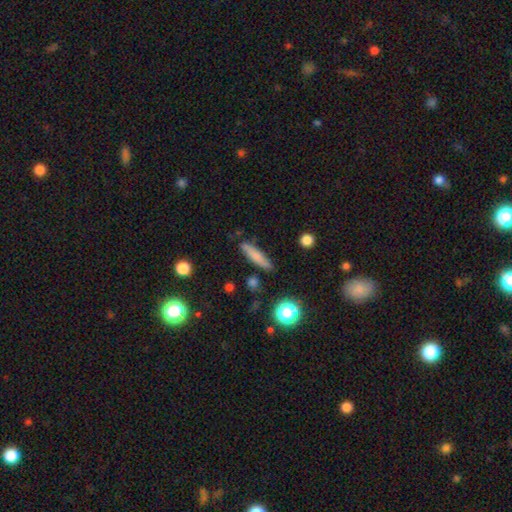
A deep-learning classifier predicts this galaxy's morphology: A smooth galaxy with no disk features (74%) that is cigar-shaped (82%).

Vote fractions:
- Smooth or featured? smooth: 74% / featured or disk: 17% / star or artifact: 9%
- How rounded? cigar-shaped: 82% / in between: 15% / round: 3%
- Merging? none: 83% / minor disturbance: 12% / merger: 3% / major disturbance: 3%